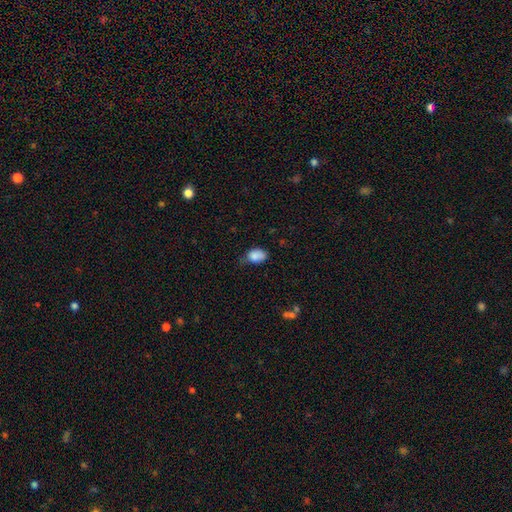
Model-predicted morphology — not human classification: Q: Smooth or featured?
A: smooth (86%); runner-up: star or artifact (8%)
Q: How rounded?
A: in between (81%); runner-up: round (17%)
Q: Merging?
A: none (46%); runner-up: minor disturbance (41%)